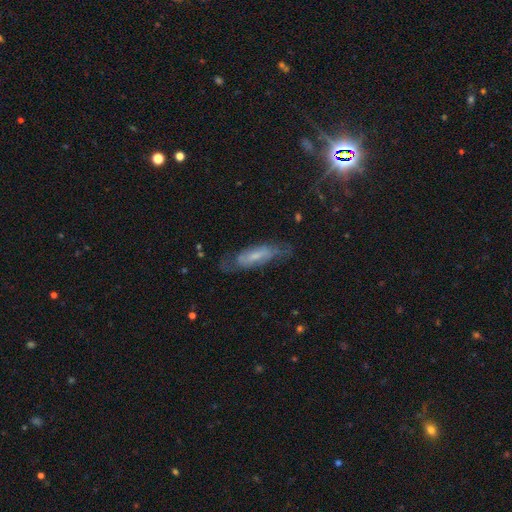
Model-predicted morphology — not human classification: A featured or disk galaxy (57%). Merging: none (64%).